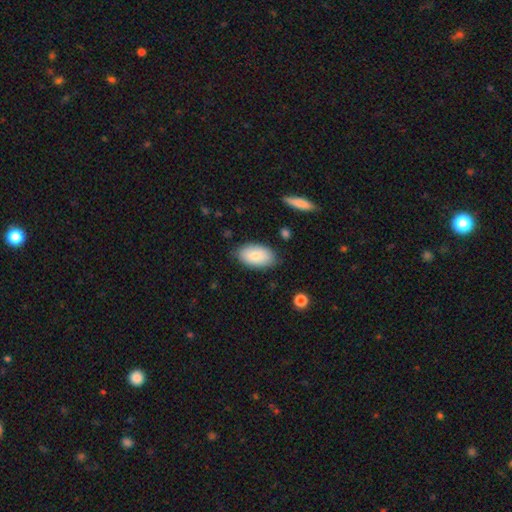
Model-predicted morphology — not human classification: A smooth galaxy with no disk features (82%) that is in between round and cigar-shaped (94%). Merging: none (84%).